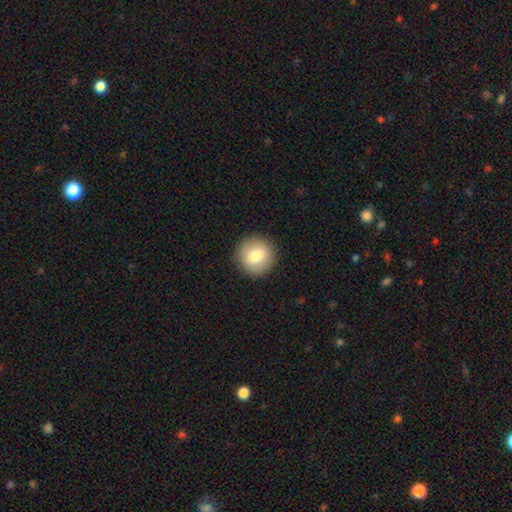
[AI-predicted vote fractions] Q: Smooth or featured?
A: smooth (77%); runner-up: featured or disk (15%)
Q: How rounded?
A: round (93%); runner-up: in between (6%)
Q: Merging?
A: none (91%); runner-up: minor disturbance (6%)